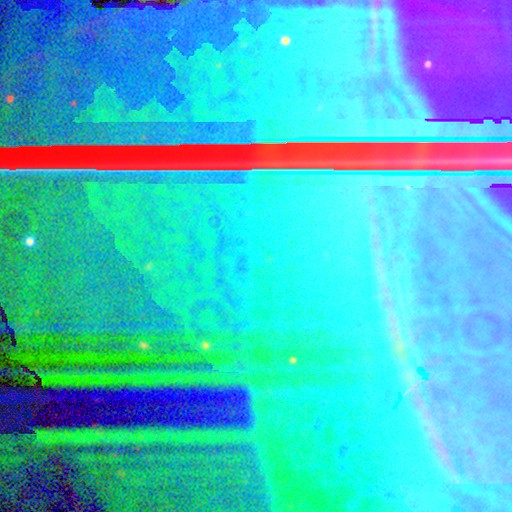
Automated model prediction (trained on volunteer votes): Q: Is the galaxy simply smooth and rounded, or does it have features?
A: star or artifact — 88%.